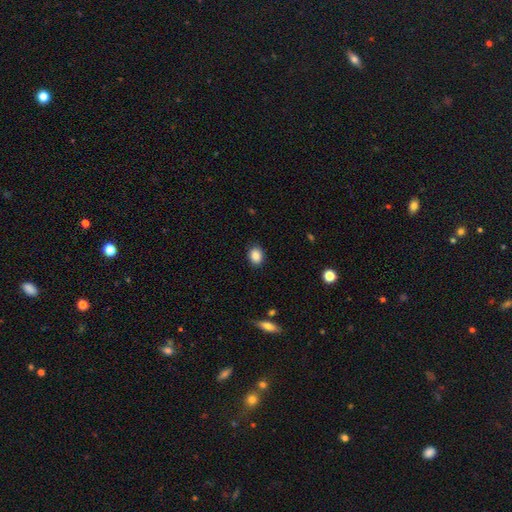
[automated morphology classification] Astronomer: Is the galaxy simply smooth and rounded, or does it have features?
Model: smooth — 88%.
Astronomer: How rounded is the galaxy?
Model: in between — 51% (runner-up: round, 48%).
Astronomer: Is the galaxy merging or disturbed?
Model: none — 89%.